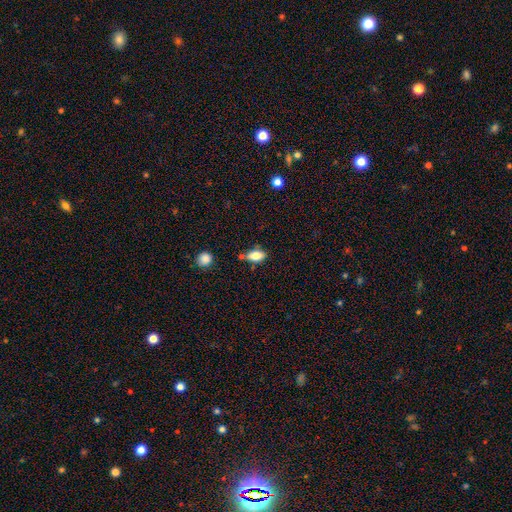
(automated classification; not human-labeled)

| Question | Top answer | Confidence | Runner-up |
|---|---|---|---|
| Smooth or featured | smooth | 78% | featured or disk (14%) |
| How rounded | in between | 86% | round (8%) |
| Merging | none | 72% | minor disturbance (16%) |